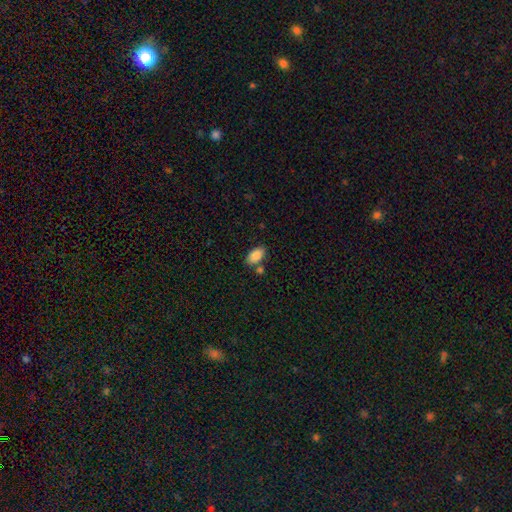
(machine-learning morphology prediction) This is clearly a smooth galaxy (88%). How rounded: clearly in between (94%). Merging: likely none (72%).